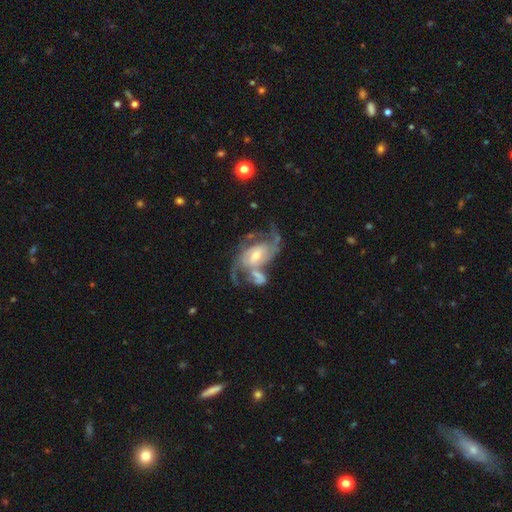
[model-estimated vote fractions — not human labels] A featured or disk galaxy (86%) with a weak bar (44%), 2 (60%) medium (49%) spiral arms (95%) and a moderate central bulge (48%).

Vote fractions:
- Smooth or featured? featured or disk: 86% / smooth: 8% / star or artifact: 6%
- Edge-on disk? no: 97% / yes: 3%
- Bar? weak: 44% / no: 38% / strong: 18%
- Spiral arms? yes: 95% / no: 5%
- Spiral winding? medium: 49% / loose: 27% / tight: 23%
- Spiral arm count? 2: 60% / 3: 15% / can't tell: 14% / 1: 4% / 4: 4% / more than 4: 3%
- Bulge size? moderate: 48% / small: 41% / large: 7% / none: 3% / dominant: 1%
- Merging? none: 38% / merger: 27% / major disturbance: 20% / minor disturbance: 15%